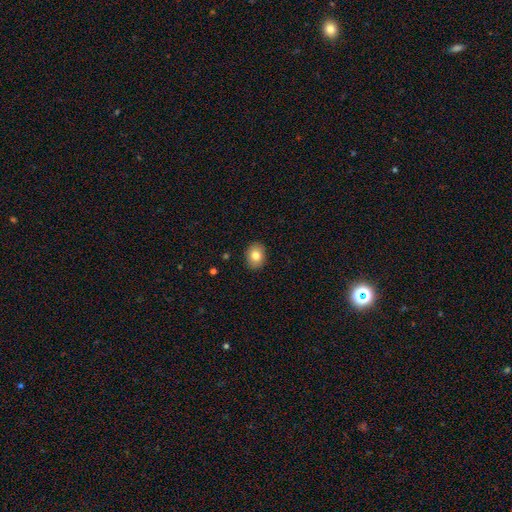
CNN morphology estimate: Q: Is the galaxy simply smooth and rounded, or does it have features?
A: smooth — 81%.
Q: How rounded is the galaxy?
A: in between — 56%.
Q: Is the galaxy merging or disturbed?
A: none — 90%.